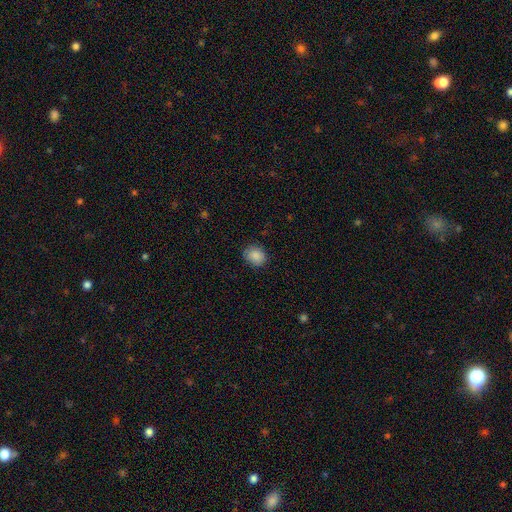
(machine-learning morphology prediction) Smooth or featured: smooth — 87% (star or artifact — 8%)
How rounded: round — 58% (in between — 41%)
Merging: none — 85% (minor disturbance — 12%)